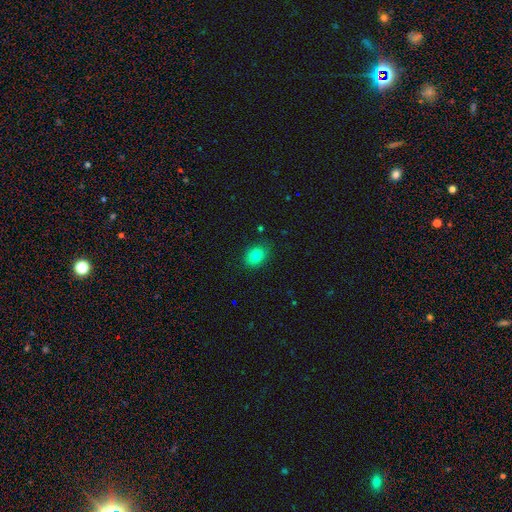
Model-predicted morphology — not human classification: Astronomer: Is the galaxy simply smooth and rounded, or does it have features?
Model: smooth — 81%.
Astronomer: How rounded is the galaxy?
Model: in between — 63%.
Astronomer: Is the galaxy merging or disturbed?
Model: none — 86%.